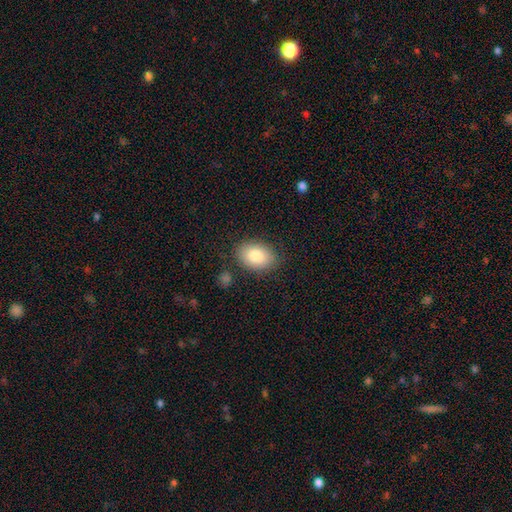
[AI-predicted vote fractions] Q: Smooth or featured?
A: smooth (84%); runner-up: featured or disk (9%)
Q: How rounded?
A: in between (80%); runner-up: round (19%)
Q: Merging?
A: none (83%); runner-up: minor disturbance (12%)